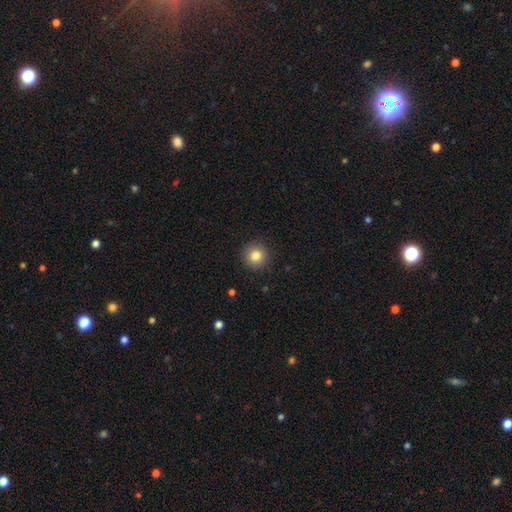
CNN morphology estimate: smooth 82%, star or artifact 10%, featured or disk 7%. Down the decision tree: how rounded — round (95%); merging — none (91%).